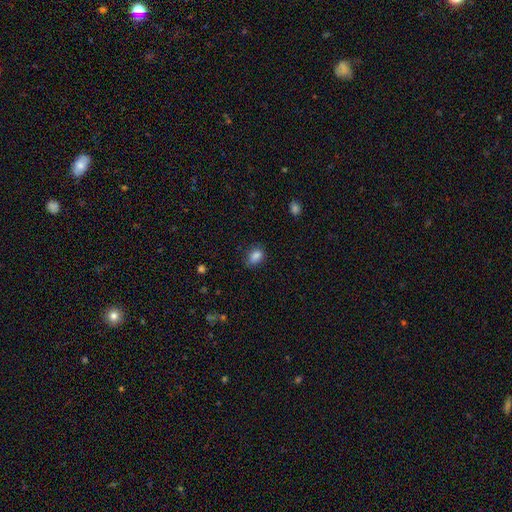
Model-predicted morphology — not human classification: Q: Smooth or featured?
A: smooth (85%); runner-up: star or artifact (9%)
Q: How rounded?
A: in between (78%); runner-up: round (21%)
Q: Merging?
A: none (74%); runner-up: minor disturbance (20%)